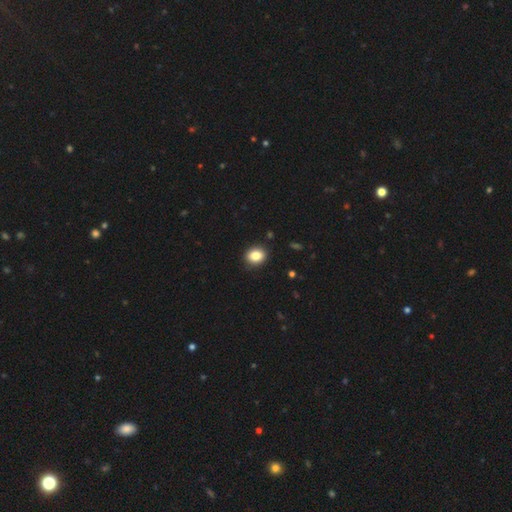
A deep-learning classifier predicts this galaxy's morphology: A smooth galaxy with no disk features (85%) that is round (52%).

Vote fractions:
- Smooth or featured? smooth: 85% / star or artifact: 9% / featured or disk: 6%
- How rounded? round: 52% / in between: 47% / cigar-shaped: 1%
- Merging? none: 89% / minor disturbance: 8% / major disturbance: 2% / merger: 1%